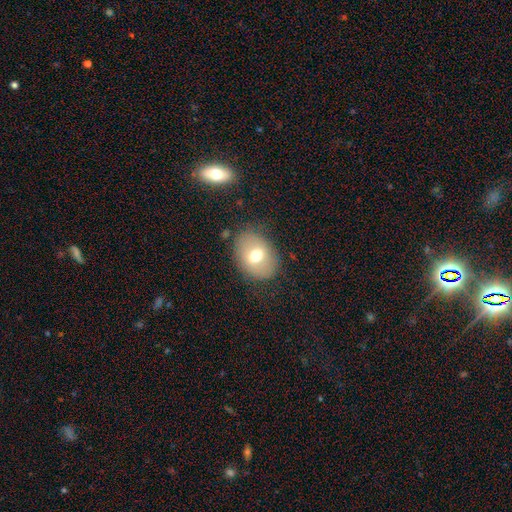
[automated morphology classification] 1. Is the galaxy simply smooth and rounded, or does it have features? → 65% smooth, 25% featured or disk, 10% star or artifact.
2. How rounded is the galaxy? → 61% in between, 38% round, 1% cigar-shaped.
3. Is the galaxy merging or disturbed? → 81% none, 13% minor disturbance, 5% major disturbance, 2% merger.